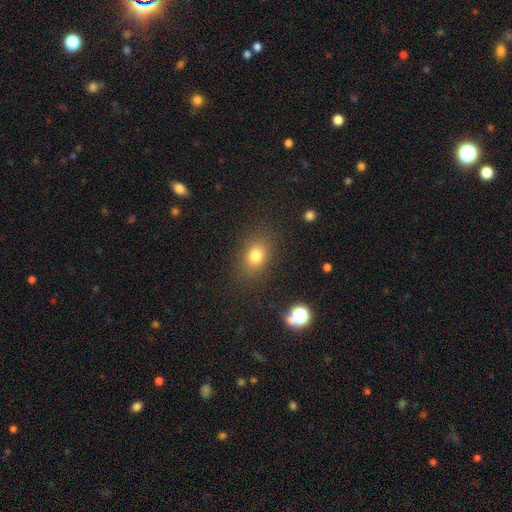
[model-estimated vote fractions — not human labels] Smooth or featured?
  - smooth: 78% *
  - star or artifact: 14%
  - featured or disk: 8%
How rounded?
  - in between: 61% *
  - round: 37%
  - cigar-shaped: 1%
Merging?
  - none: 84% *
  - minor disturbance: 10%
  - major disturbance: 4%
  - merger: 1%